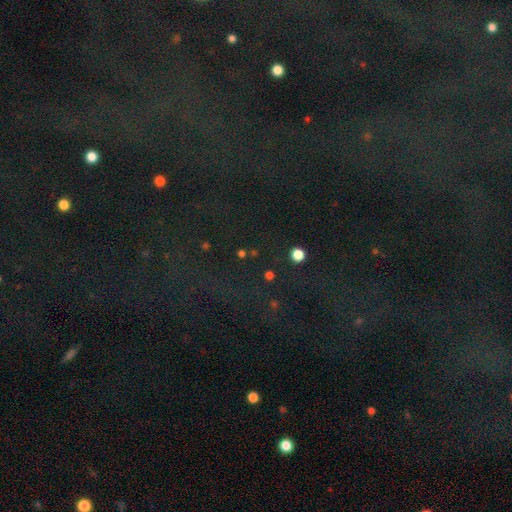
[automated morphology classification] smooth-or-featured: star or artifact: 80% | smooth: 11% | featured or disk: 9%